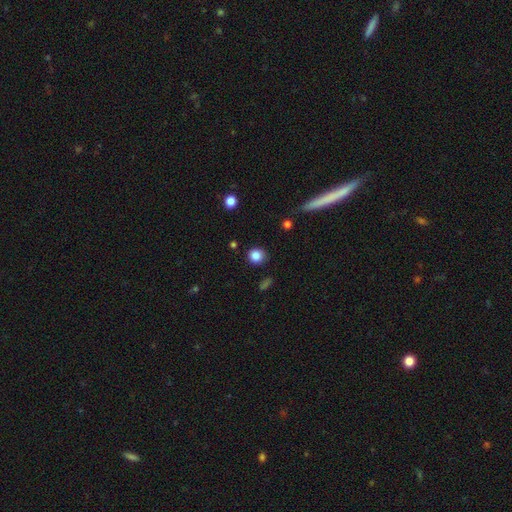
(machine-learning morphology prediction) This is clearly a smooth galaxy (85%). How rounded: clearly round (86%). Merging: clearly none (84%).